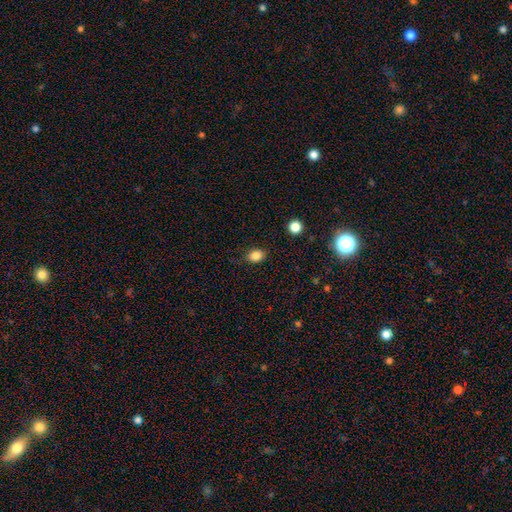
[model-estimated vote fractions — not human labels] This is clearly a smooth galaxy (84%). How rounded: likely in between (60%). Merging: clearly none (84%).